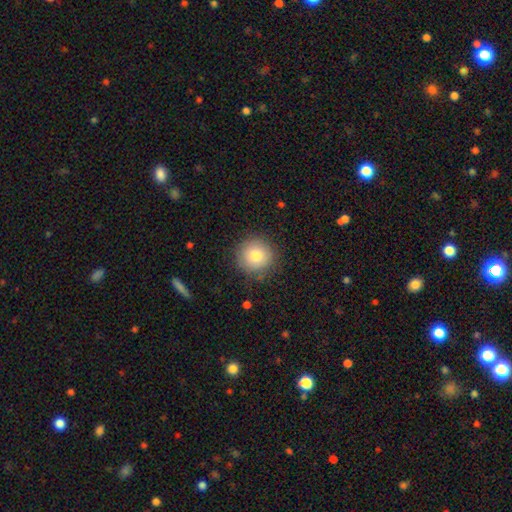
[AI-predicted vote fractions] Morphology: type=smooth (80%); roundness=round (94%); merging=none (85%).